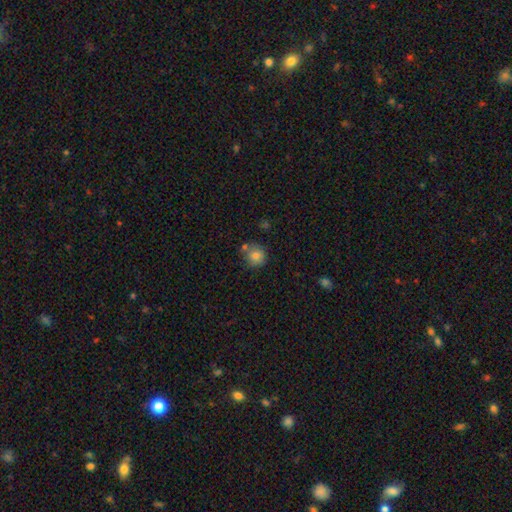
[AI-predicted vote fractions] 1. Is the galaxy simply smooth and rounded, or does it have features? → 81% smooth, 11% star or artifact, 8% featured or disk.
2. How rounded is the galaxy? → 91% round, 9% in between, 1% cigar-shaped.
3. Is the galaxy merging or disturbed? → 69% none, 14% merger, 13% minor disturbance, 3% major disturbance.